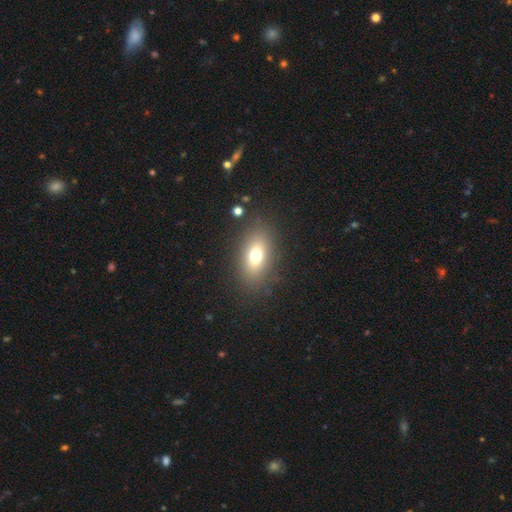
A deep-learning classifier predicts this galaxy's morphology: type=smooth (71%); roundness=in between (82%); merging=none (85%).